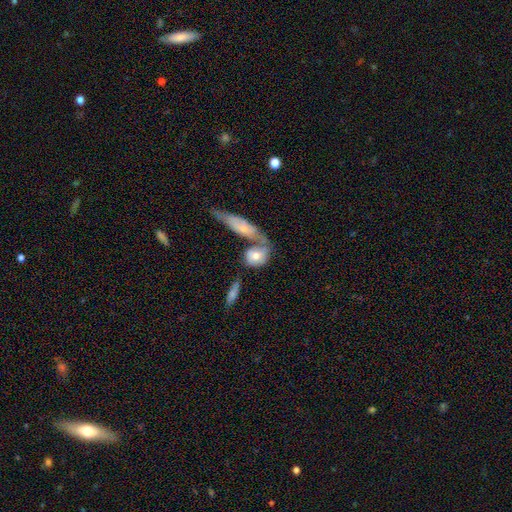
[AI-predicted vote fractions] smooth 65%, featured or disk 29%, star or artifact 7%. Down the decision tree: how rounded — round (46%); merging — merger (44%).